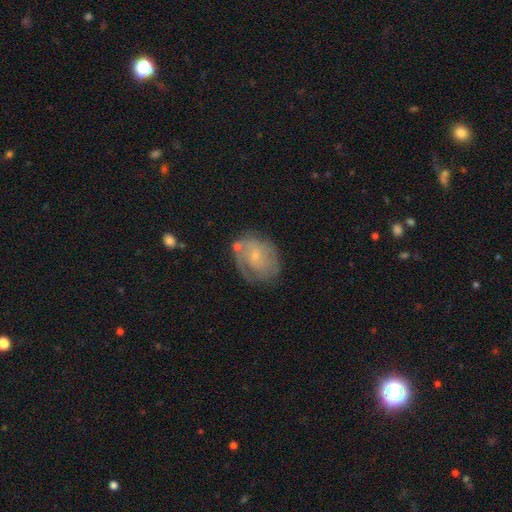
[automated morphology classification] A featured or disk galaxy (64%) with no bar (69%), spiral arms (79%) and a small central bulge (76%). Merging: none (59%).